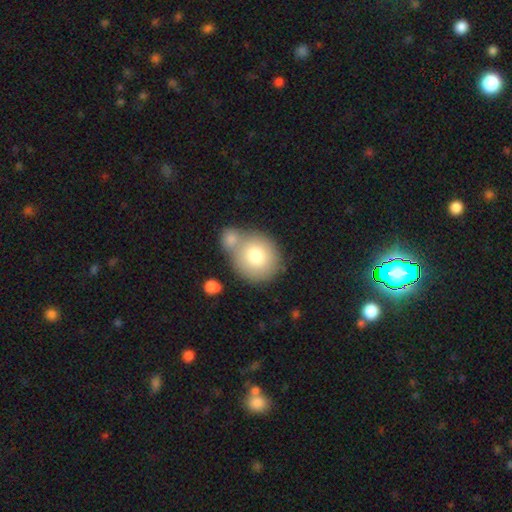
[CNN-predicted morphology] Smooth or featured? smooth (76%)
How rounded? round (84%)
Merging? none (51%)